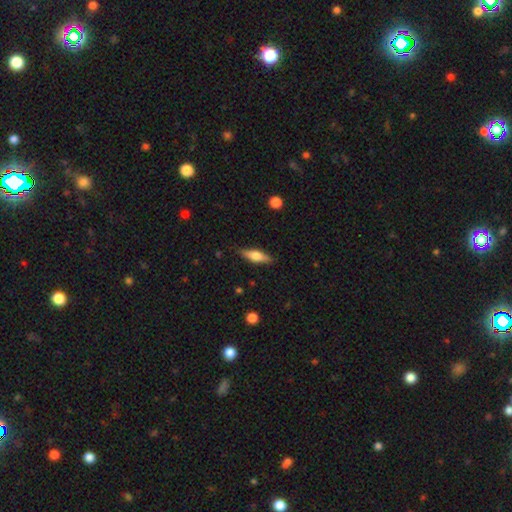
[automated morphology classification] Smooth or featured?
  - smooth: 59% *
  - featured or disk: 35%
  - star or artifact: 6%
How rounded?
  - cigar-shaped: 49% *
  - in between: 48%
  - round: 3%
Merging?
  - none: 84% *
  - minor disturbance: 12%
  - major disturbance: 2%
  - merger: 1%